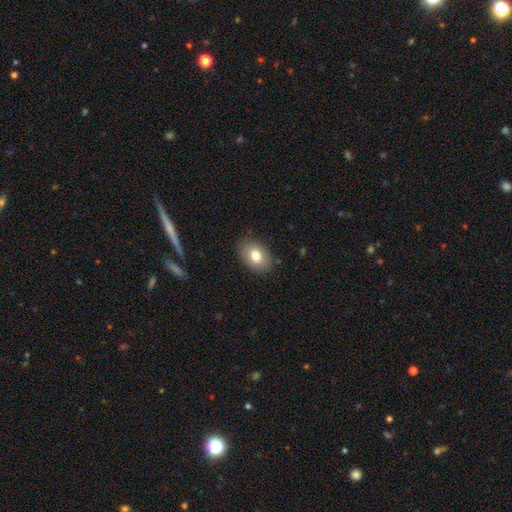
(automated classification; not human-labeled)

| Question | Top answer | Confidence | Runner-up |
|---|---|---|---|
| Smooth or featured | smooth | 79% | featured or disk (13%) |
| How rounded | in between | 80% | round (19%) |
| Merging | none | 86% | minor disturbance (10%) |